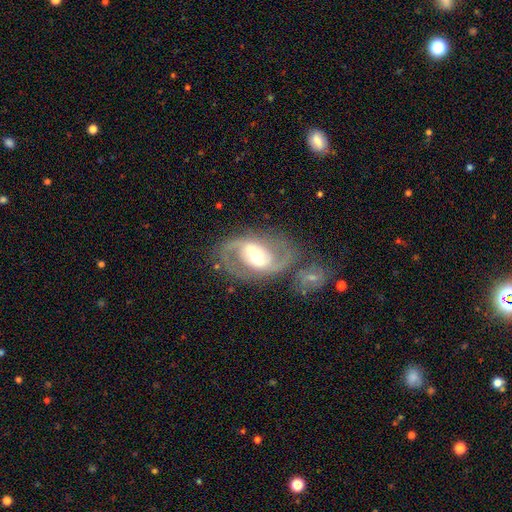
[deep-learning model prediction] featured or disk 87%, smooth 8%, star or artifact 5%. Down the decision tree: edge-on disk — no (97%); bar — weak (42%); spiral arms — yes (94%); spiral arm count — 2 (90%); spiral winding — medium (55%); bulge size — moderate (67%); merging — none (65%).